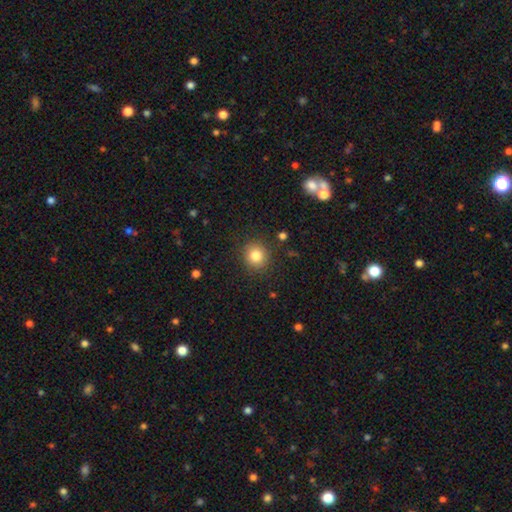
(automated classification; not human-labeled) smooth 82%, star or artifact 11%, featured or disk 7%. Down the decision tree: how rounded — round (86%); merging — none (88%).